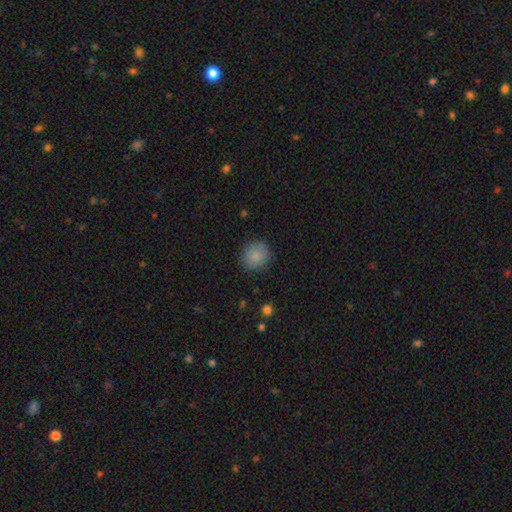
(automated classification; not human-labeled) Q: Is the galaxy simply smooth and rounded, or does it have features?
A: smooth — 87%.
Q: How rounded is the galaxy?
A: round — 87%.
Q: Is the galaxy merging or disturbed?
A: none — 86%.